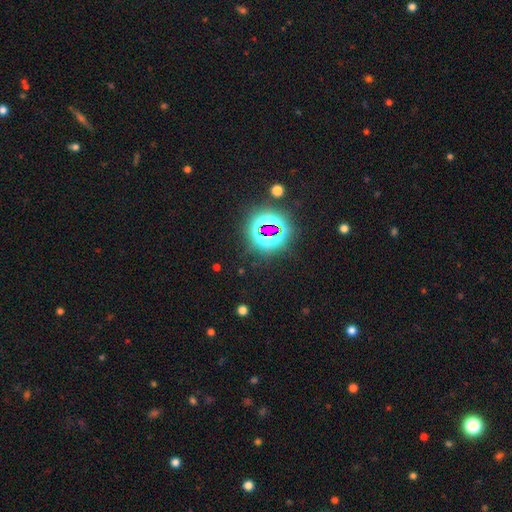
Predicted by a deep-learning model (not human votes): Overall: star or artifact (82%).